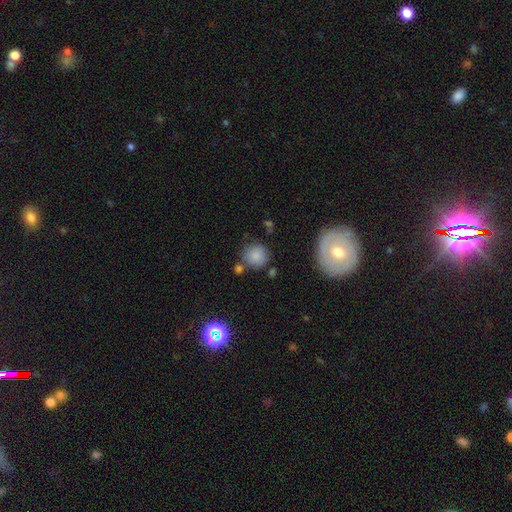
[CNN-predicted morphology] Smooth or featured: smooth — 83% (star or artifact — 10%)
How rounded: round — 89% (in between — 10%)
Merging: none — 72% (minor disturbance — 13%)